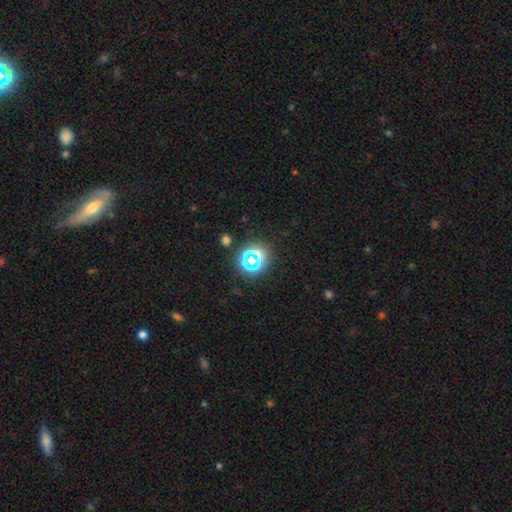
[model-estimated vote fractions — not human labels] Overall: star or artifact (63%; smooth 26%).